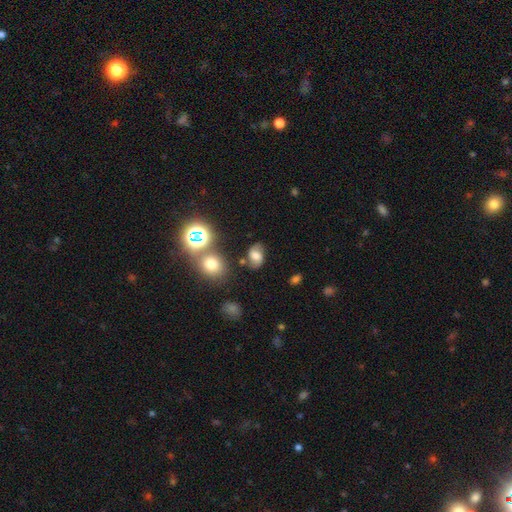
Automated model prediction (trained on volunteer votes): Overall: smooth (47%; featured or disk 37%). Merging: none (69%).